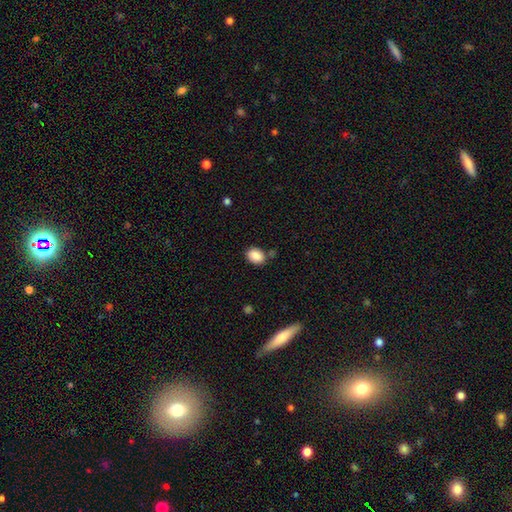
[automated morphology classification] Smooth or featured?
  - smooth: 87% *
  - star or artifact: 8%
  - featured or disk: 5%
How rounded?
  - in between: 63% *
  - round: 36%
  - cigar-shaped: 1%
Merging?
  - none: 74% *
  - minor disturbance: 15%
  - merger: 7%
  - major disturbance: 4%